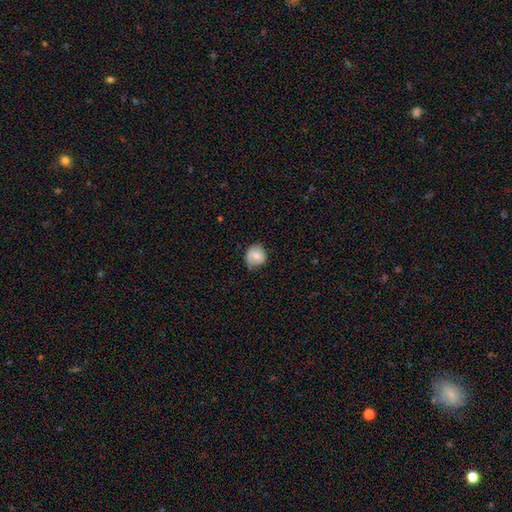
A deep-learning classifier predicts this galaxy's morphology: A smooth galaxy with no disk features (67%) that is round (82%). Merging: none (63%).